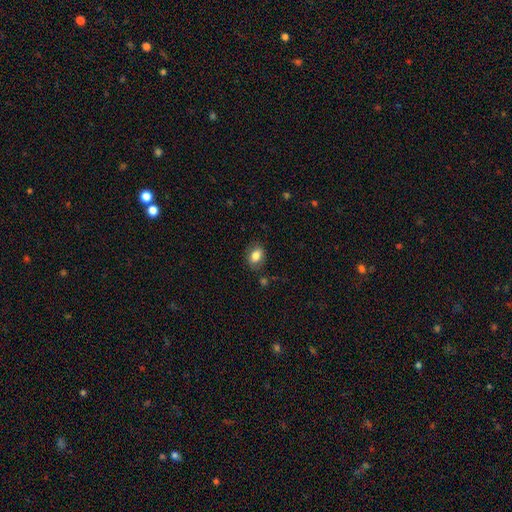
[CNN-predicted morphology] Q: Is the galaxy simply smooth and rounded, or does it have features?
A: smooth — 83%.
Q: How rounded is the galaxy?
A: in between — 74%.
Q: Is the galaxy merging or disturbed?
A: none — 81%.